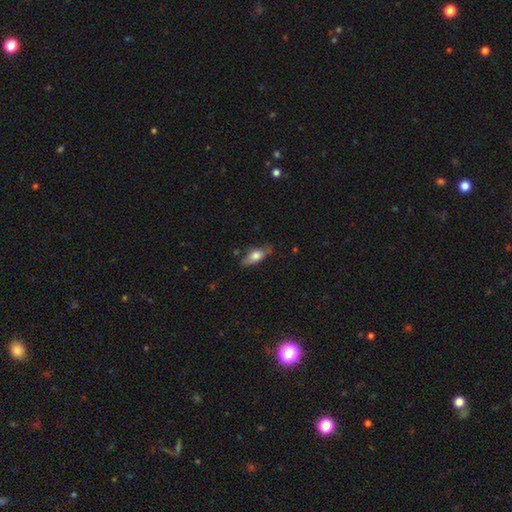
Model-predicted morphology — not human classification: type=smooth (64%); roundness=in between (75%); merging=none (67%).